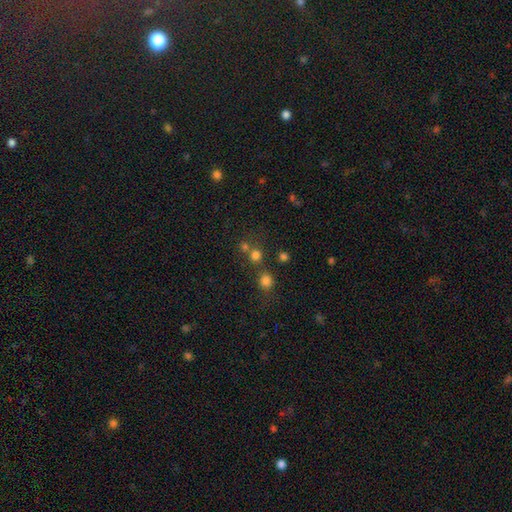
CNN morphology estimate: Smooth or featured? Predicted: smooth (p=0.55). How rounded? Predicted: round (p=0.89). Merging? Predicted: none (p=0.66).